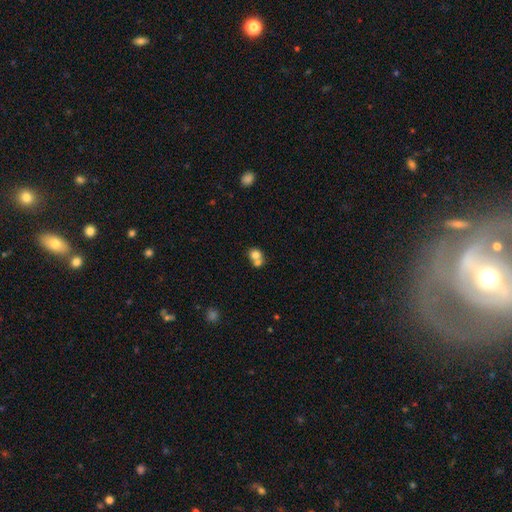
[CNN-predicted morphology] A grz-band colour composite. It shows a smooth galaxy with no disk features (74%) that is round (69%). Merging: merger (60%).